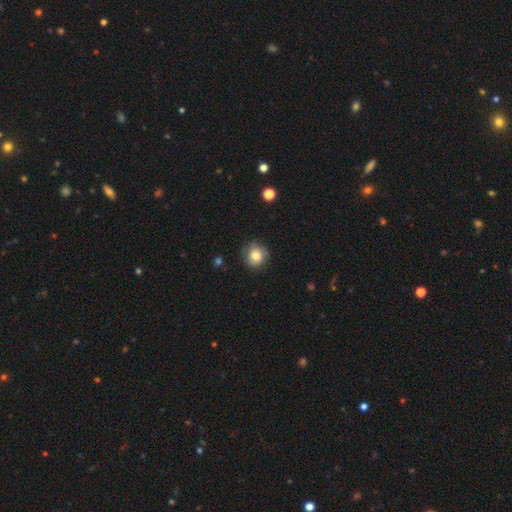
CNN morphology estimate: Smooth or featured: smooth — 78% (featured or disk — 13%)
How rounded: round — 86% (in between — 13%)
Merging: none — 77% (minor disturbance — 18%)